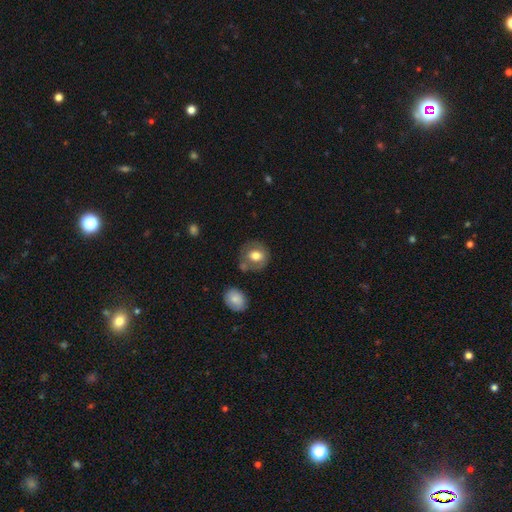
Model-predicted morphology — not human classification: This appears to be a smooth galaxy with no disk features (66%) that is round (77%). Merging: none (68%).